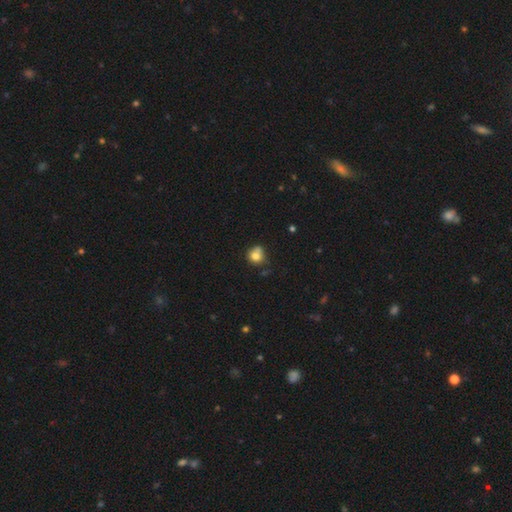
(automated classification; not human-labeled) Smooth or featured: smooth — 78% (featured or disk — 11%)
How rounded: round — 83% (in between — 16%)
Merging: none — 53% (minor disturbance — 23%)